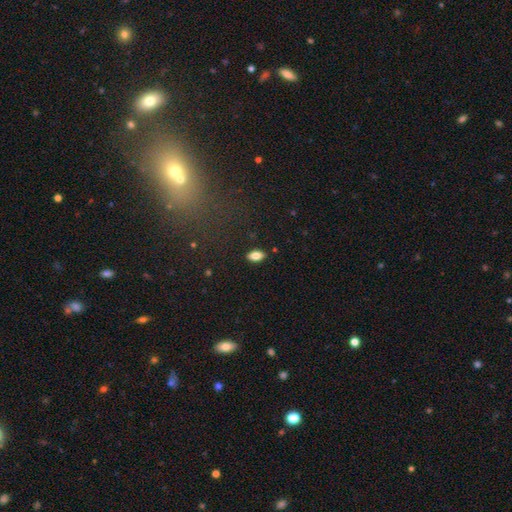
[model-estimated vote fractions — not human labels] Smooth or featured?
  - smooth: 79% *
  - featured or disk: 12%
  - star or artifact: 9%
How rounded?
  - in between: 91% *
  - cigar-shaped: 5%
  - round: 5%
Merging?
  - none: 88% *
  - minor disturbance: 9%
  - major disturbance: 2%
  - merger: 1%